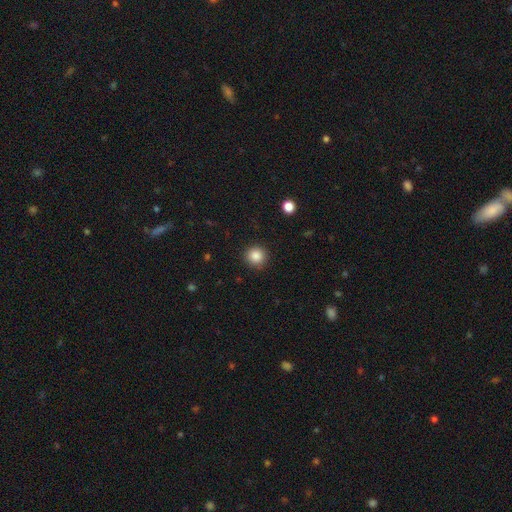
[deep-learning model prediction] smooth_or_featured: smooth (p=0.86) [alt: star or artifact p=0.10]
how_rounded: round (p=0.94) [alt: in between p=0.05]
merging: none (p=0.91) [alt: minor disturbance p=0.06]